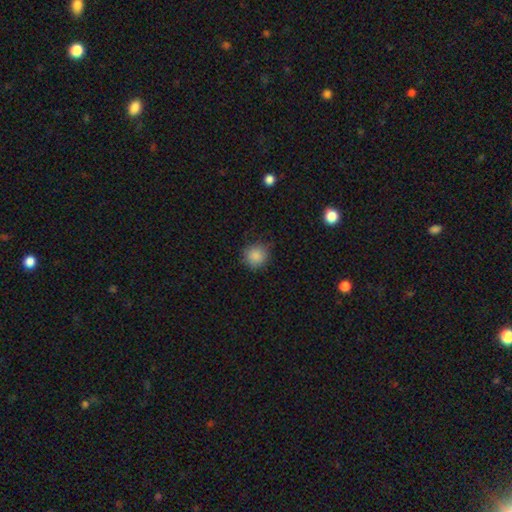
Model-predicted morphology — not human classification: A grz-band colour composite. It shows a smooth galaxy with no disk features (87%) that is round (90%). Merging: none (82%).